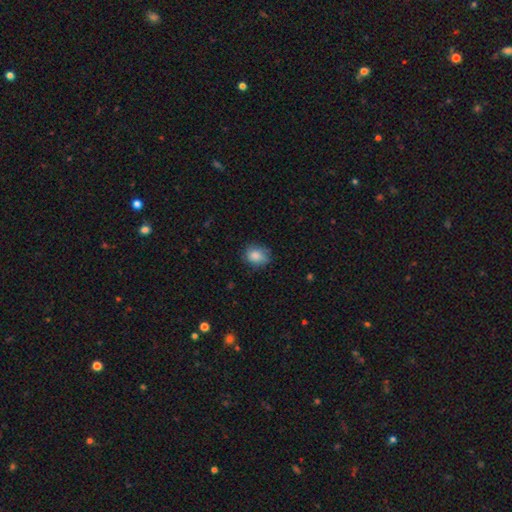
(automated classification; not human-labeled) smooth_or_featured: smooth (p=0.85) [alt: star or artifact p=0.08]
how_rounded: in between (p=0.54) [alt: round p=0.45]
merging: none (p=0.70) [alt: minor disturbance p=0.23]